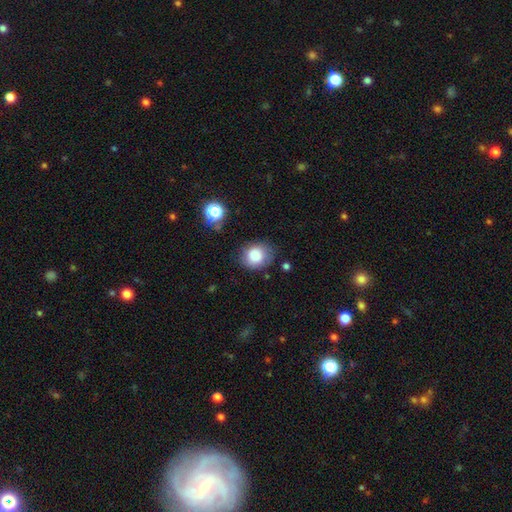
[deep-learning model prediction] smooth 82%, star or artifact 10%, featured or disk 8%. Down the decision tree: how rounded — round (57%); merging — none (72%).